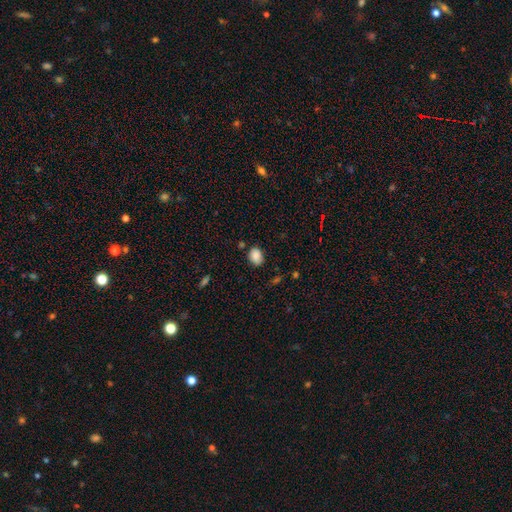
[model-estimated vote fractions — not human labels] A smooth galaxy with no disk features (87%) that is in between round and cigar-shaped (63%). Merging: none (79%).